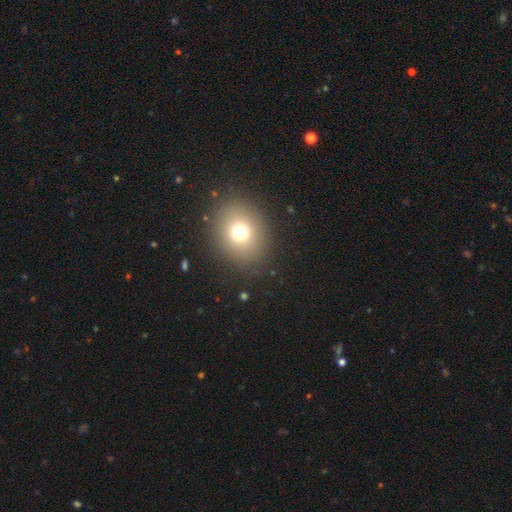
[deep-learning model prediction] This is likely a smooth galaxy (70%). How rounded: likely round (66%). Merging: clearly none (90%).